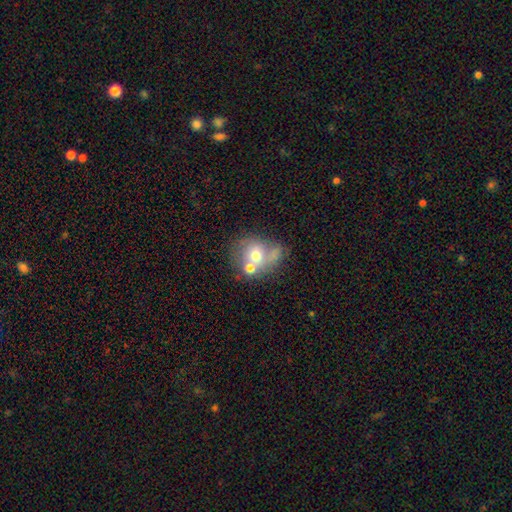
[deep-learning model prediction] A smooth galaxy with no disk features (54%) that is round (70%).

Vote fractions:
- Smooth or featured? smooth: 54% / featured or disk: 34% / star or artifact: 12%
- How rounded? round: 70% / in between: 29% / cigar-shaped: 1%
- Merging? merger: 44% / none: 33% / minor disturbance: 13% / major disturbance: 10%